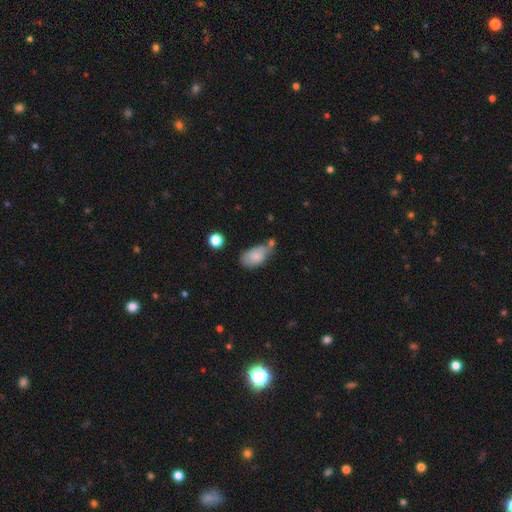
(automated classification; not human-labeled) This is likely a smooth galaxy (79%). How rounded: clearly in between (91%). Merging: marginally none (36%).